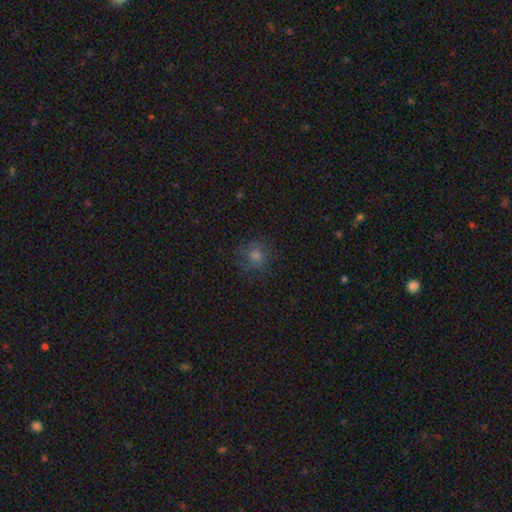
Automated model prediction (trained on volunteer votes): Q: Smooth or featured?
A: smooth (47%); runner-up: featured or disk (30%)
Q: Merging?
A: none (77%); runner-up: minor disturbance (14%)